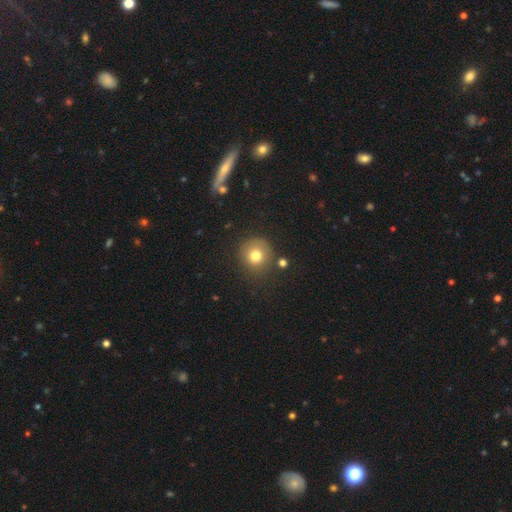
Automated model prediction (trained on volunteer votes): Smooth or featured?
  - smooth: 77% *
  - star or artifact: 13%
  - featured or disk: 11%
How rounded?
  - round: 91% *
  - in between: 8%
  - cigar-shaped: 1%
Merging?
  - none: 79% *
  - minor disturbance: 12%
  - major disturbance: 5%
  - merger: 4%